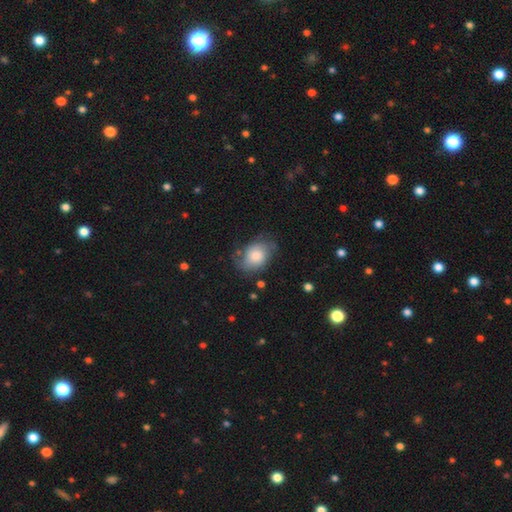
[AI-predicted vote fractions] smooth_or_featured: smooth (p=0.64) [alt: featured or disk p=0.29]
how_rounded: in between (p=0.72) [alt: round p=0.27]
merging: none (p=0.58) [alt: minor disturbance p=0.28]